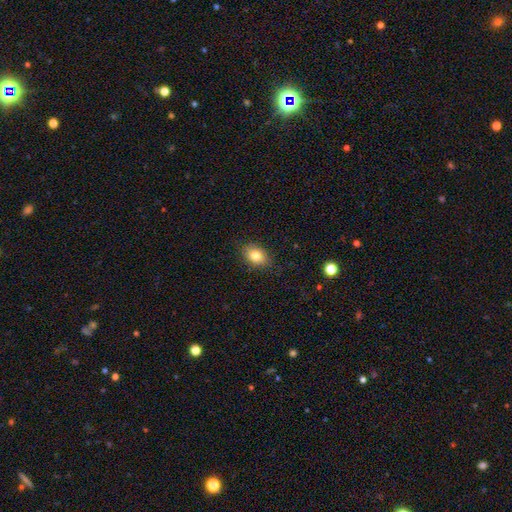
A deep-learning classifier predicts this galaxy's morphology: type=smooth (81%); roundness=in between (73%); merging=none (84%).